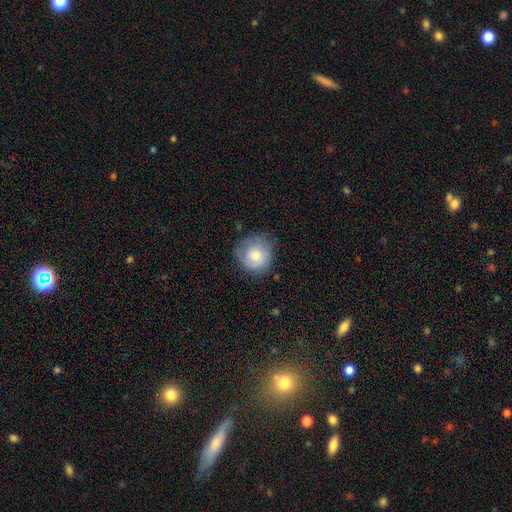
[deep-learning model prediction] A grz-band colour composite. It shows a smooth galaxy with no disk features (72%) that is round (90%). Merging: none (69%).